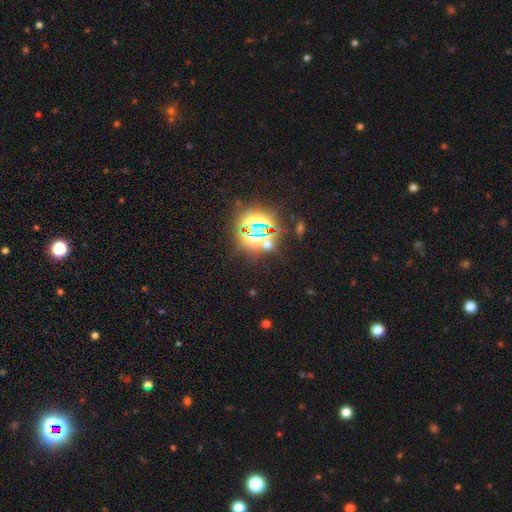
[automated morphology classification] This appears to be a star or artifact, not a galaxy (85%).